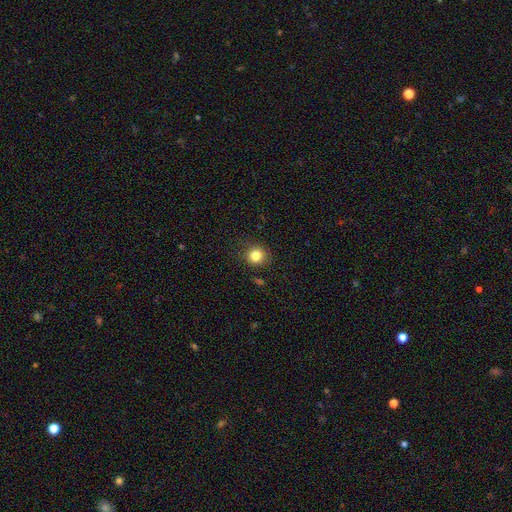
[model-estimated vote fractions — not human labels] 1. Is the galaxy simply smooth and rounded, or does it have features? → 82% smooth, 12% star or artifact, 6% featured or disk.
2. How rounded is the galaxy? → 89% round, 10% in between, 1% cigar-shaped.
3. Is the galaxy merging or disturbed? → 85% none, 10% minor disturbance, 3% major disturbance, 2% merger.